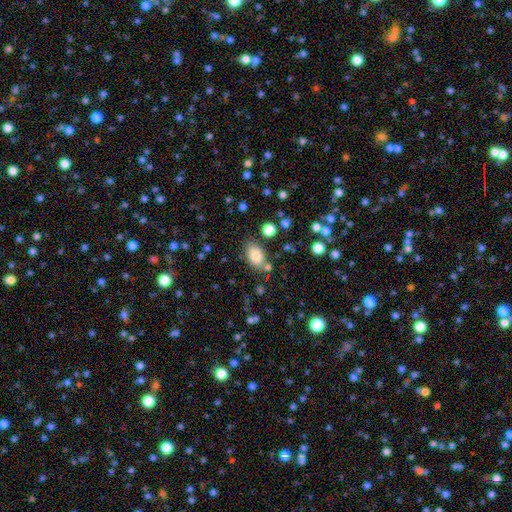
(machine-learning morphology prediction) type=smooth (83%); roundness=in between (89%); merging=none (74%).